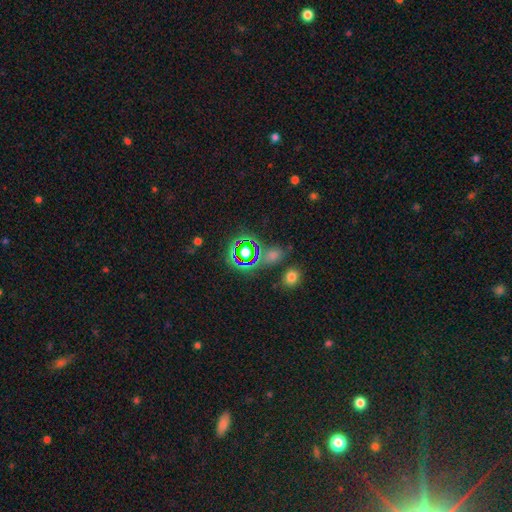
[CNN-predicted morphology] Smooth or featured? star or artifact (57%)